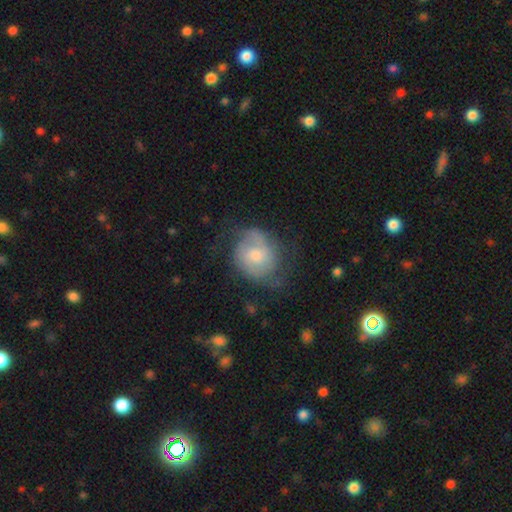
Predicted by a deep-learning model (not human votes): A featured or disk galaxy (58%) with no bar (62%), spiral arms (84%) and a moderate central bulge (58%).

Vote fractions:
- Smooth or featured? featured or disk: 58% / smooth: 35% / star or artifact: 7%
- Edge-on disk? no: 97% / yes: 3%
- Bar? no: 62% / weak: 33% / strong: 5%
- Spiral arms? yes: 84% / no: 16%
- Bulge size? moderate: 58% / small: 28% / large: 8% / none: 4% / dominant: 1%
- Merging? none: 57% / minor disturbance: 26% / major disturbance: 15% / merger: 2%